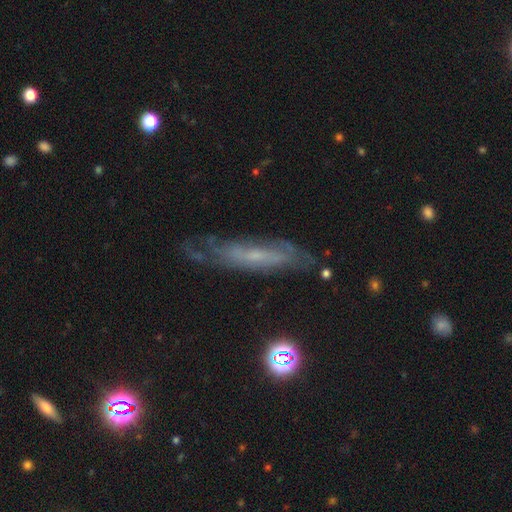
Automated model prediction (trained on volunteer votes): smooth-or-featured: featured or disk: 67% | smooth: 23% | star or artifact: 10%
  disk-edge-on: no: 56% | yes: 44%
  merging: none: 69% | minor disturbance: 21% | major disturbance: 8% | merger: 2%